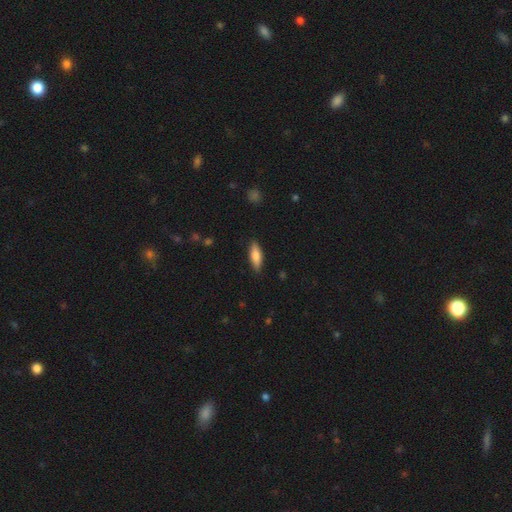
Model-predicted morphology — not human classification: Overall: smooth (71%). How rounded: in between (54%; cigar-shaped 44%). Merging: none (87%).